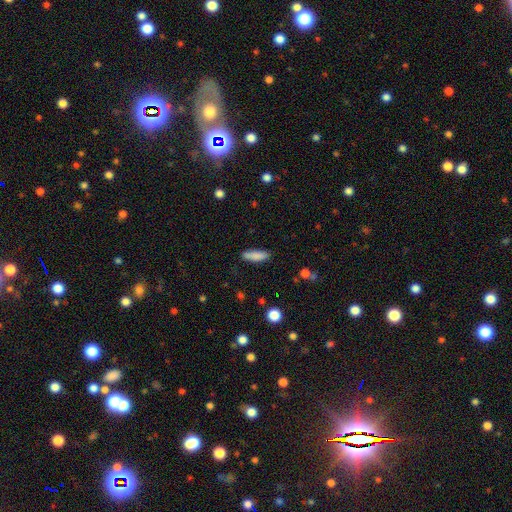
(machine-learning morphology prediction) smooth-or-featured: smooth: 86% | featured or disk: 7% | star or artifact: 7%
  how-rounded: cigar-shaped: 51% | in between: 47% | round: 2%
  merging: none: 83% | minor disturbance: 12% | major disturbance: 3% | merger: 2%